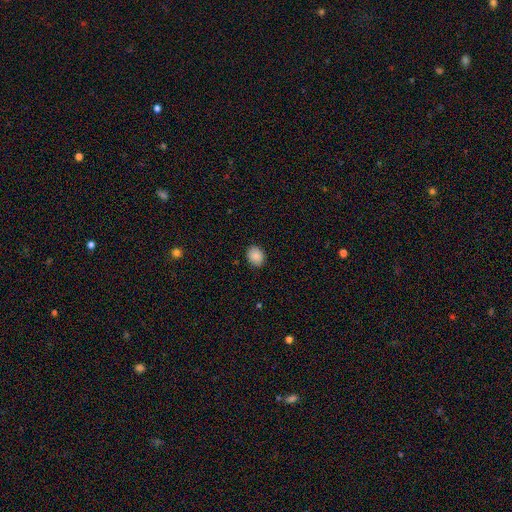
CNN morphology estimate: smooth 88%, star or artifact 8%, featured or disk 4%. Down the decision tree: how rounded — round (54%); merging — none (88%).